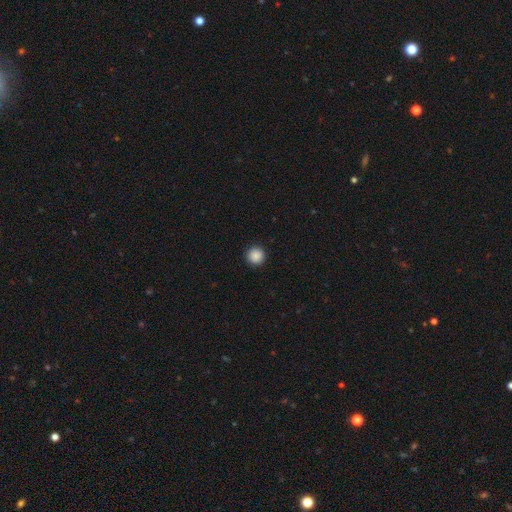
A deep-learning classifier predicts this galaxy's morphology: Smooth or featured: smooth — 88% (star or artifact — 9%)
How rounded: round — 96% (in between — 3%)
Merging: none — 93% (minor disturbance — 5%)